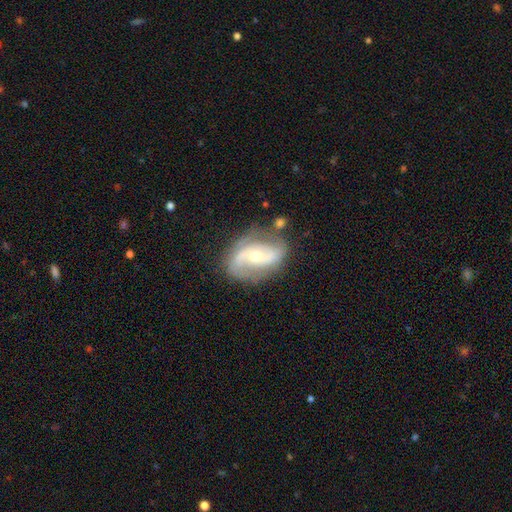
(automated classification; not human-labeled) The model was most divided on "bulge size": moderate: 52%, small: 44%, large: 3%, none: 1%, dominant: 1%. Remaining: edge-on disk — no (96%); spiral arms — yes (92%); spiral arm count — 2 (85%); smooth or featured — featured or disk (82%); merging — none (69%); bar — no (45%); spiral winding — medium (45%).